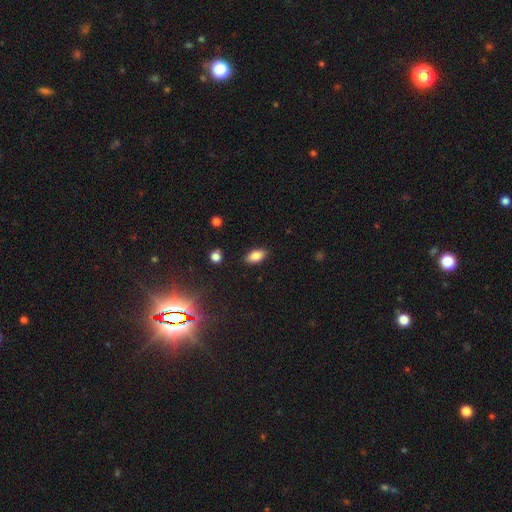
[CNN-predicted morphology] smooth-or-featured: smooth: 82% | featured or disk: 9% | star or artifact: 9%
  how-rounded: in between: 90% | cigar-shaped: 6% | round: 4%
  merging: none: 87% | minor disturbance: 10% | major disturbance: 2% | merger: 1%